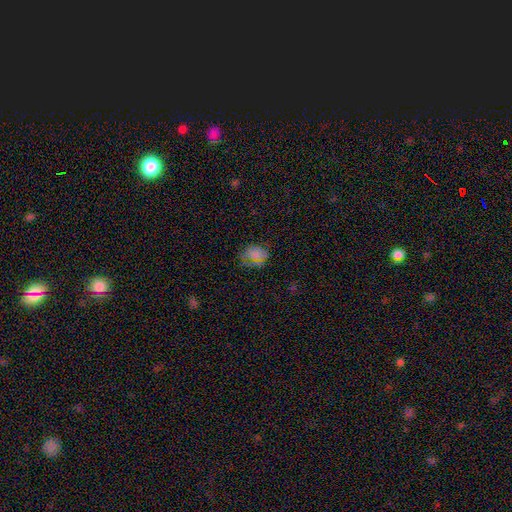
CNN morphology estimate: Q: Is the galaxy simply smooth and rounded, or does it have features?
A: smooth — 66%.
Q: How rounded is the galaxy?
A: in between — 52%.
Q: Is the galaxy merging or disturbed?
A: none — 75%.